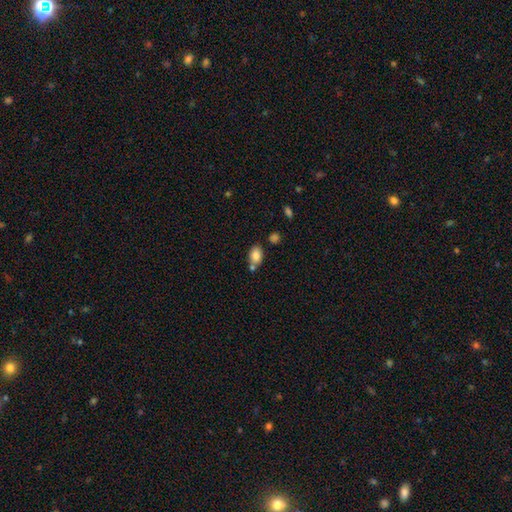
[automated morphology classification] The model was most divided on "merging": none: 60%, merger: 21%, minor disturbance: 15%, major disturbance: 4%. More confident: how rounded — in between (86%); smooth or featured — smooth (83%).